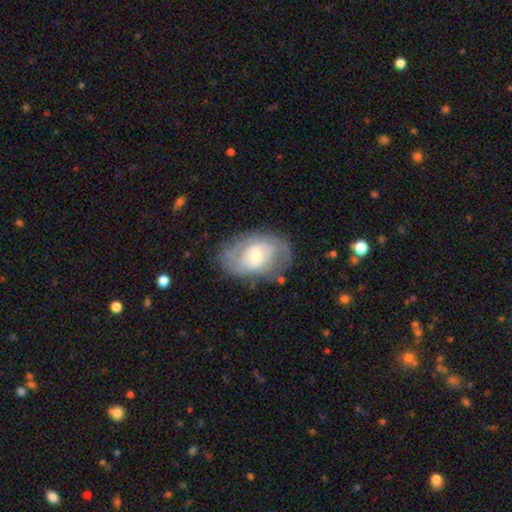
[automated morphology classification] Smooth or featured? Predicted: featured or disk (p=0.71). Edge-on disk? Predicted: no (p=0.96). Bar? Predicted: no (p=0.45). Spiral arms? Predicted: yes (p=0.79). Spiral winding? Predicted: tight (p=0.47). Spiral arm count? Predicted: 2 (p=0.50). Bulge size? Predicted: moderate (p=0.47). Merging? Predicted: none (p=0.69).